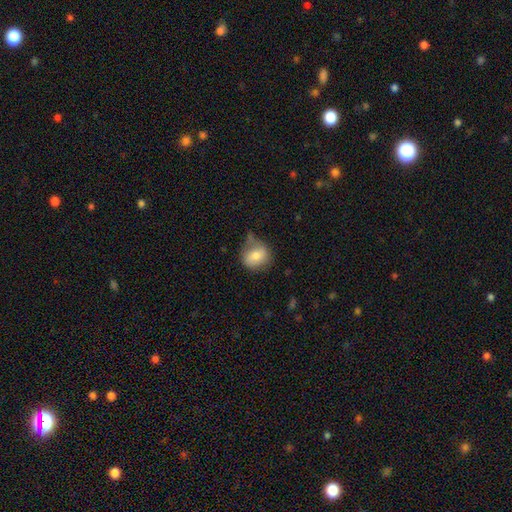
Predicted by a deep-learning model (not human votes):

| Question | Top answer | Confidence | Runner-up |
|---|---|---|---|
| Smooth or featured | smooth | 76% | featured or disk (16%) |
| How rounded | round | 72% | in between (27%) |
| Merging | none | 57% | minor disturbance (27%) |